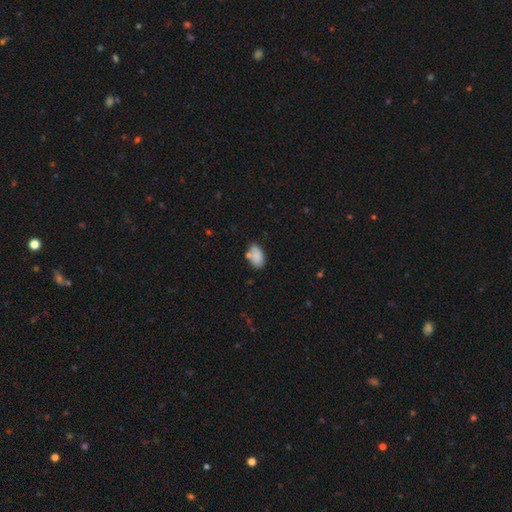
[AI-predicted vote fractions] This appears to be a smooth galaxy with no disk features (84%) that is in between round and cigar-shaped (91%). Merging: none (63%).